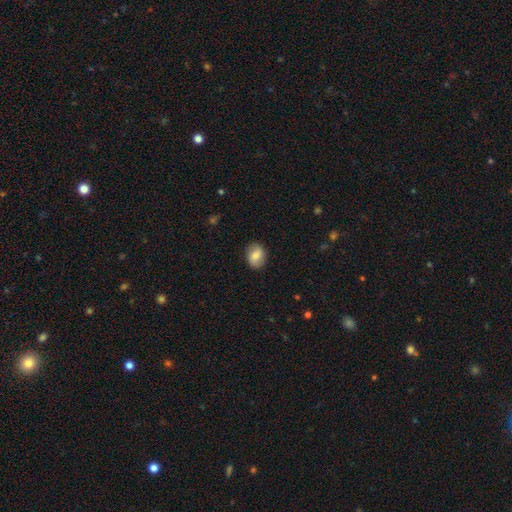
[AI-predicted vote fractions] Smooth or featured? smooth (68%)
How rounded? in between (54%)
Merging? none (85%)